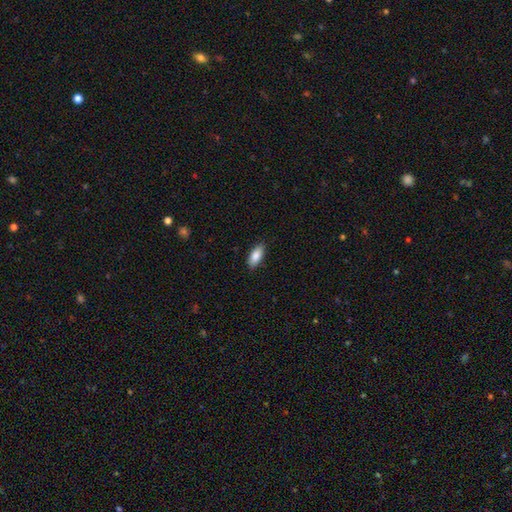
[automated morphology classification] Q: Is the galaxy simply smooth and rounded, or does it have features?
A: smooth — 85%.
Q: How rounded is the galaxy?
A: in between — 83%.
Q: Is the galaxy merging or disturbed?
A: none — 88%.